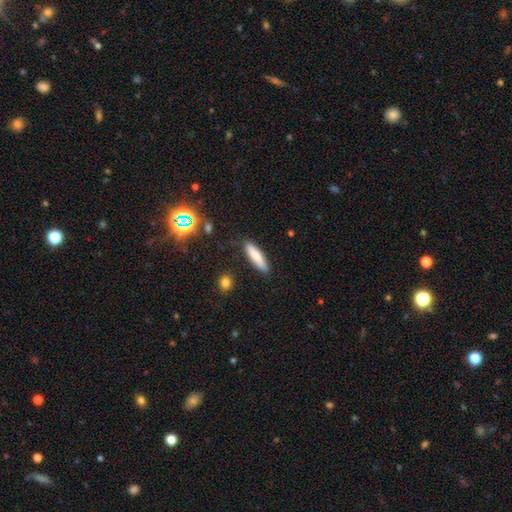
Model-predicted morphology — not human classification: This appears to be a smooth galaxy with no disk features (78%) that is cigar-shaped (73%). Merging: none (85%).